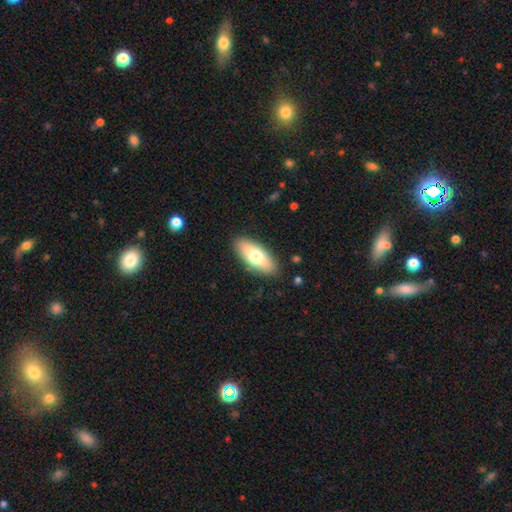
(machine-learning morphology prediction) smooth-or-featured: smooth: 69% | featured or disk: 25% | star or artifact: 6%
  how-rounded: in between: 81% | cigar-shaped: 16% | round: 3%
  merging: none: 88% | minor disturbance: 9% | major disturbance: 2% | merger: 1%